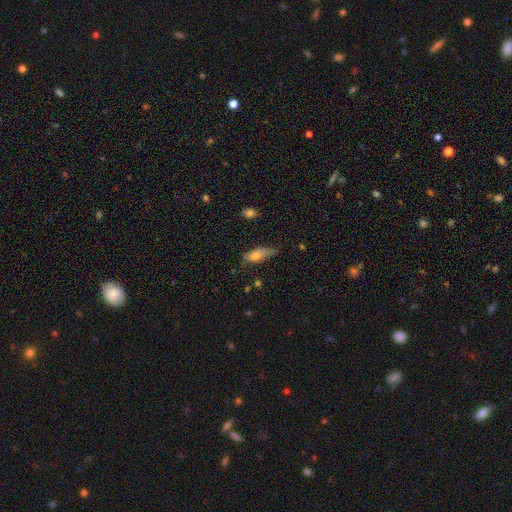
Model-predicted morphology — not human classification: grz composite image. It shows a smooth galaxy with no disk features (67%) that is in between round and cigar-shaped (69%). Merging: none (43%).